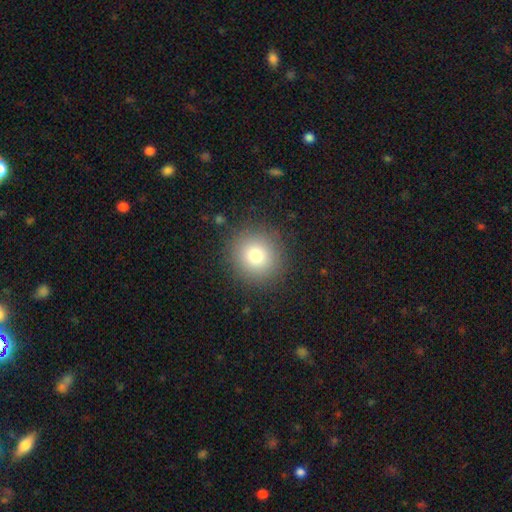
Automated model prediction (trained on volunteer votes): Overall: smooth (77%). How rounded: round (92%). Merging: none (89%).